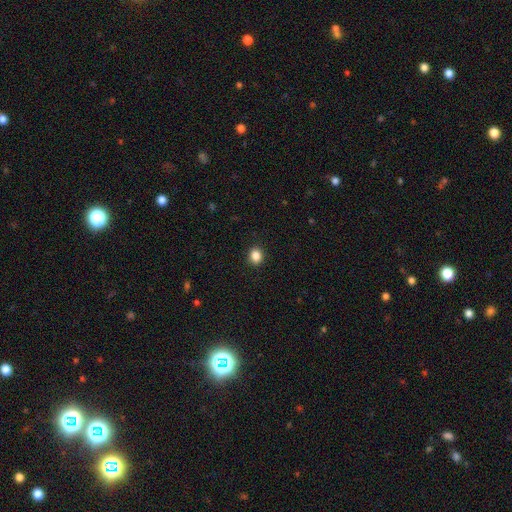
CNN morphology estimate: smooth 86%, star or artifact 10%, featured or disk 3%. Down the decision tree: how rounded — round (67%); merging — none (92%).